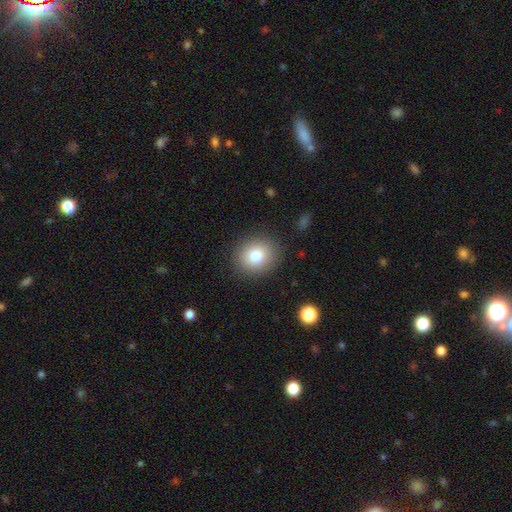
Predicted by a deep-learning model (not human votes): Q: Smooth or featured?
A: smooth (82%); runner-up: star or artifact (10%)
Q: How rounded?
A: round (75%); runner-up: in between (24%)
Q: Merging?
A: none (88%); runner-up: minor disturbance (8%)